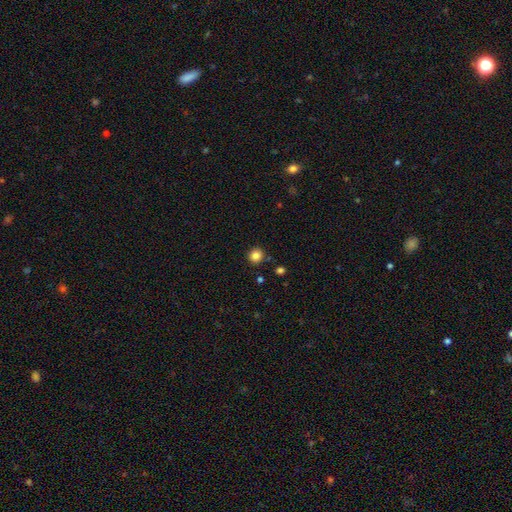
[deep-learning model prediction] The model was most divided on "smooth or featured": smooth: 83%, star or artifact: 12%, featured or disk: 5%. More confident: how rounded — round (92%); merging — none (87%).